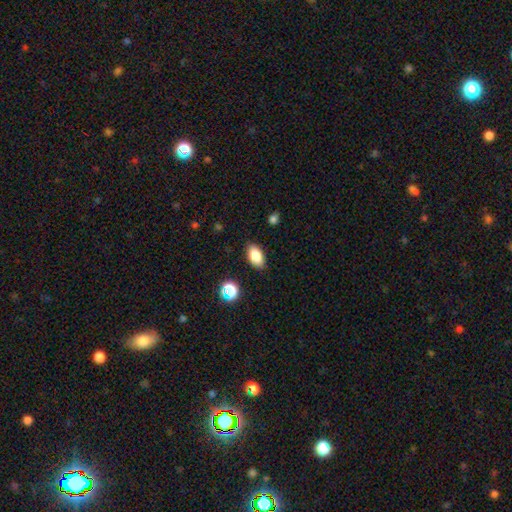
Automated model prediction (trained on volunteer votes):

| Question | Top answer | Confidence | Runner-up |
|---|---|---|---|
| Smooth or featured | smooth | 85% | star or artifact (9%) |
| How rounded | in between | 92% | round (5%) |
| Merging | none | 86% | minor disturbance (10%) |